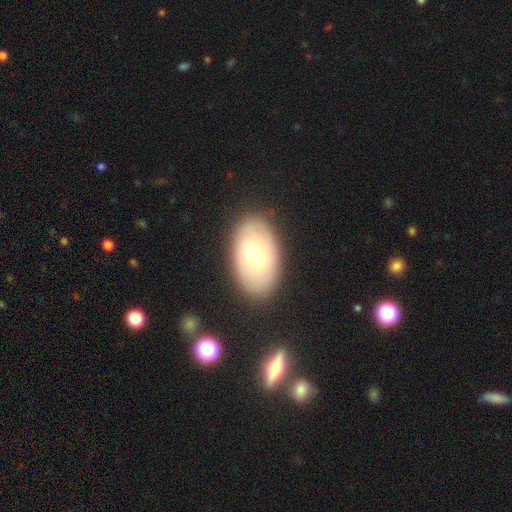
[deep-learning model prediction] Smooth or featured?
  - smooth: 58% *
  - featured or disk: 35%
  - star or artifact: 7%
How rounded?
  - in between: 91% *
  - round: 8%
  - cigar-shaped: 1%
Merging?
  - none: 84% *
  - minor disturbance: 11%
  - major disturbance: 4%
  - merger: 2%